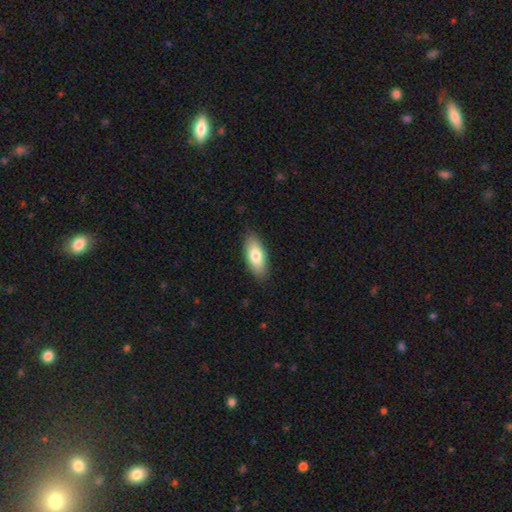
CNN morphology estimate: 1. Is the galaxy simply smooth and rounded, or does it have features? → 77% smooth, 17% featured or disk, 6% star or artifact.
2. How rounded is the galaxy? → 83% in between, 14% cigar-shaped, 3% round.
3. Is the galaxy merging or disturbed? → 87% none, 10% minor disturbance, 2% major disturbance, 1% merger.